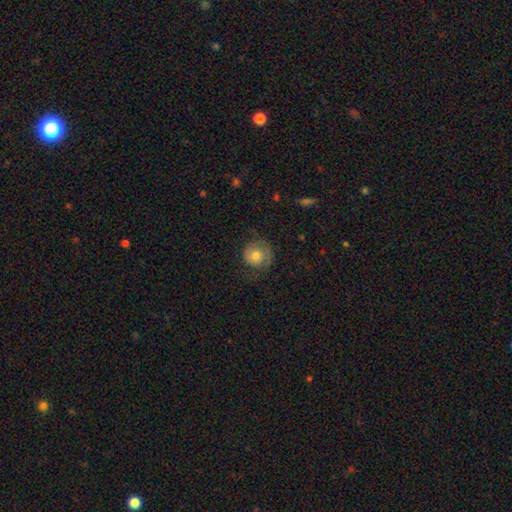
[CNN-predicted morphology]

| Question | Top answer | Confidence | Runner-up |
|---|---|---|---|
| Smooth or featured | smooth | 55% | featured or disk (37%) |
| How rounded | round | 87% | in between (12%) |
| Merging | none | 61% | minor disturbance (21%) |